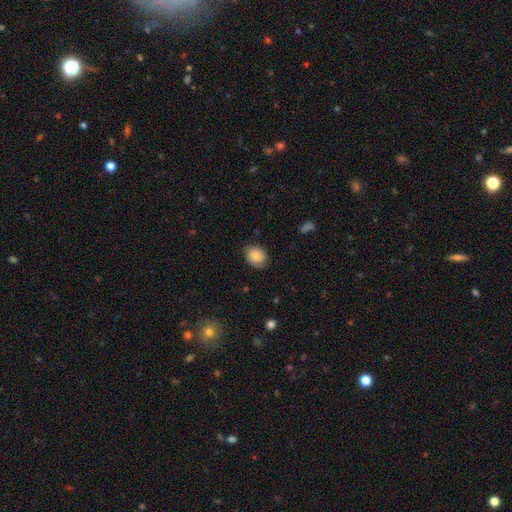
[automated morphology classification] smooth-or-featured: smooth: 85% | featured or disk: 8% | star or artifact: 8%
  how-rounded: round: 57% | in between: 42% | cigar-shaped: 1%
  merging: none: 76% | minor disturbance: 19% | major disturbance: 4% | merger: 1%